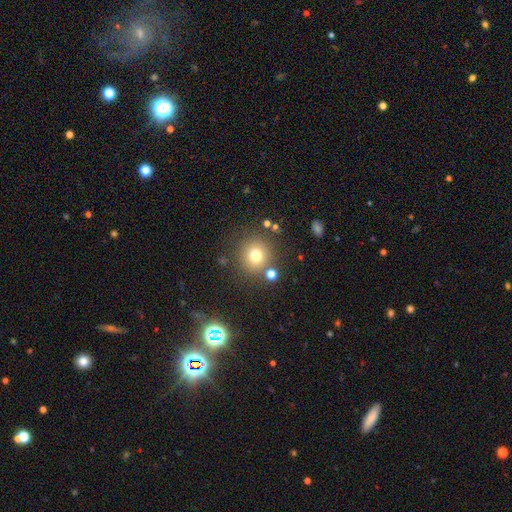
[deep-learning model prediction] This appears to be a smooth galaxy with no disk features (74%) that is round (93%). Merging: none (82%).